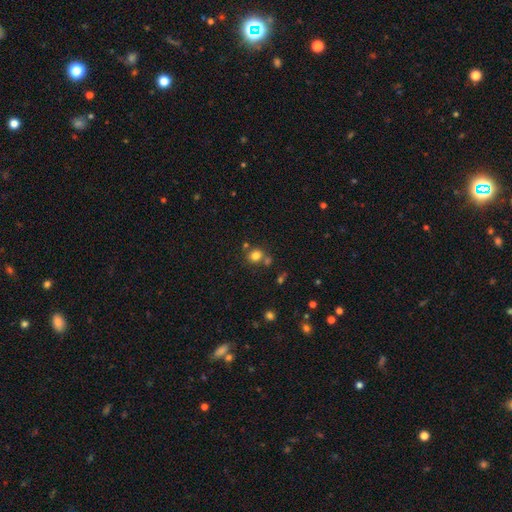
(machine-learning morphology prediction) This appears to be a smooth galaxy with no disk features (79%) that is round (79%). Merging: none (66%).